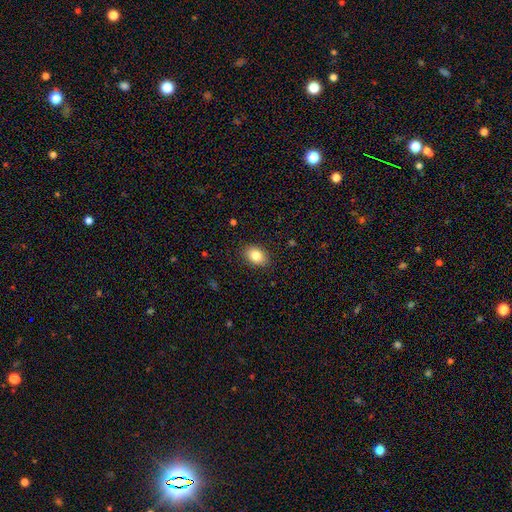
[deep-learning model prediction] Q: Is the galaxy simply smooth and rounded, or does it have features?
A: smooth — 83%.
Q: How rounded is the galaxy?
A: in between — 77%.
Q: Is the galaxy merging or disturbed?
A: none — 88%.